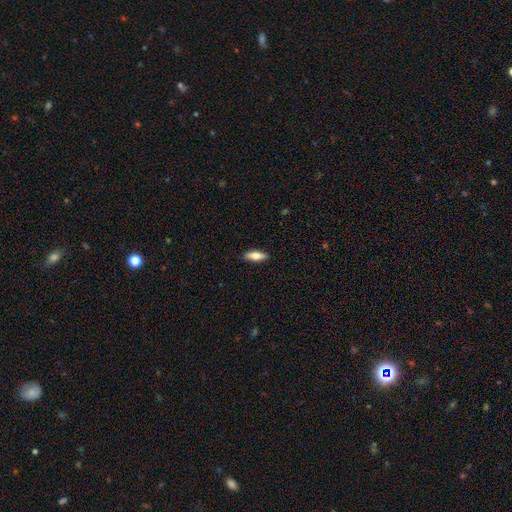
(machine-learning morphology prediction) A smooth galaxy with no disk features (68%) that is in between round and cigar-shaped (62%). Merging: none (89%).